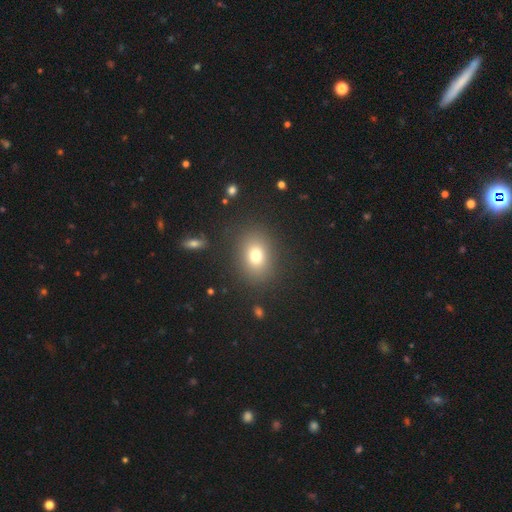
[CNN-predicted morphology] Smooth or featured?
  - smooth: 76% *
  - star or artifact: 13%
  - featured or disk: 11%
How rounded?
  - in between: 56% *
  - round: 43%
  - cigar-shaped: 1%
Merging?
  - none: 85% *
  - minor disturbance: 9%
  - major disturbance: 4%
  - merger: 2%